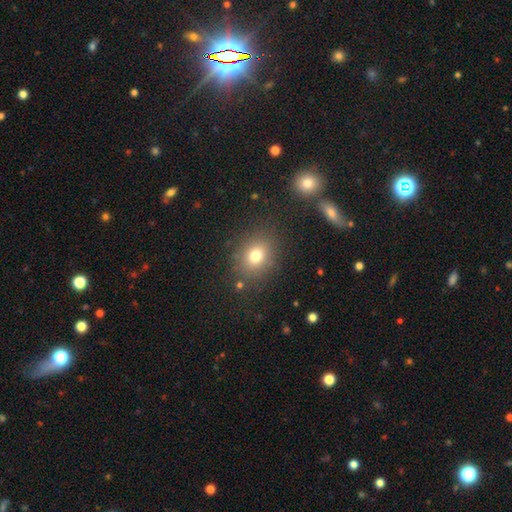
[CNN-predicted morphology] Smooth or featured: smooth — 76% (star or artifact — 15%)
How rounded: round — 55% (in between — 44%)
Merging: none — 83% (minor disturbance — 10%)